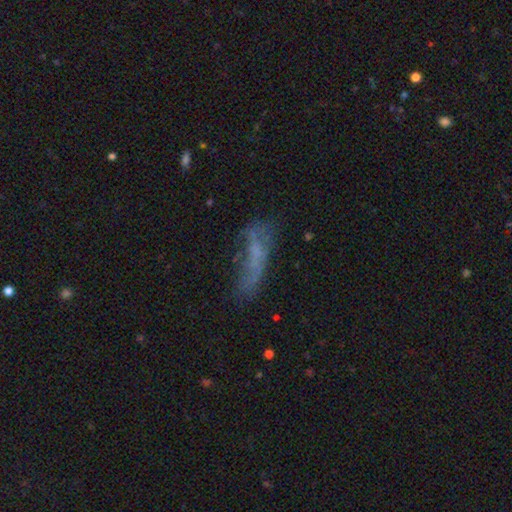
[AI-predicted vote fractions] Smooth or featured? smooth (44%)
Merging? none (42%)